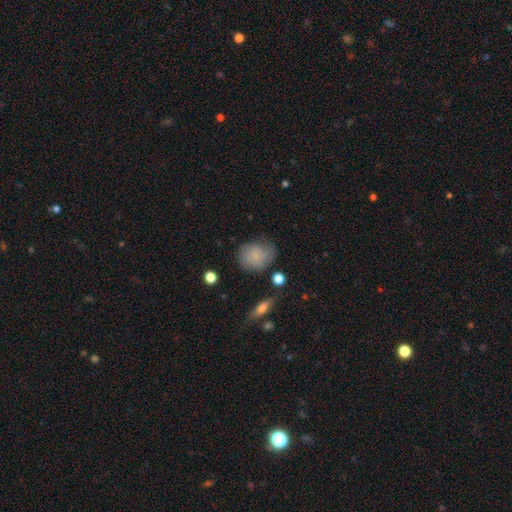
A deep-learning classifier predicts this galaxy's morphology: Smooth or featured? smooth (71%)
How rounded? round (65%)
Merging? none (62%)